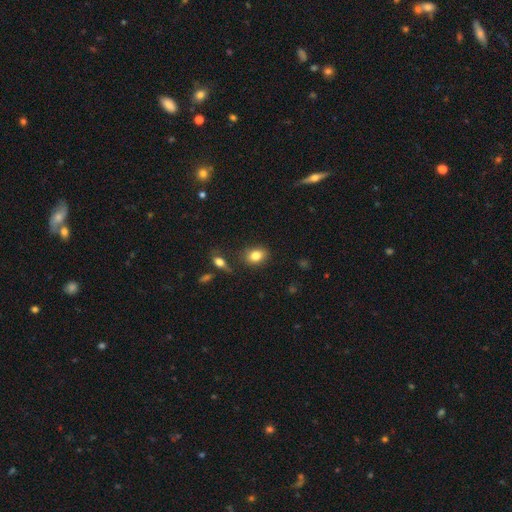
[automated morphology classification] Smooth or featured?
  - smooth: 82% *
  - star or artifact: 9%
  - featured or disk: 9%
How rounded?
  - in between: 63% *
  - round: 35%
  - cigar-shaped: 1%
Merging?
  - none: 79% *
  - minor disturbance: 13%
  - merger: 5%
  - major disturbance: 3%